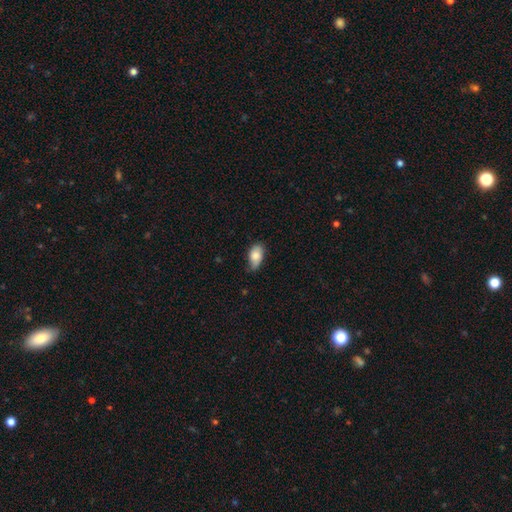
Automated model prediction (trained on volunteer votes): This appears to be a smooth galaxy with no disk features (81%) that is in between round and cigar-shaped (92%). Merging: none (58%).